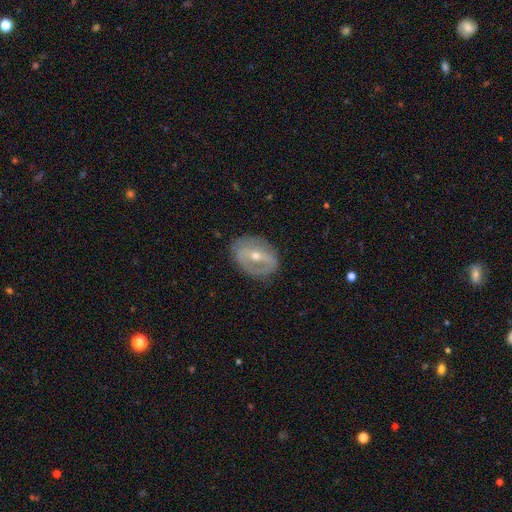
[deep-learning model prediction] Smooth or featured? featured or disk (72%)
Edge-on disk? no (92%)
Bar? strong (51%)
Spiral arms? no (53%)
Bulge size? small (49%)
Merging? none (79%)